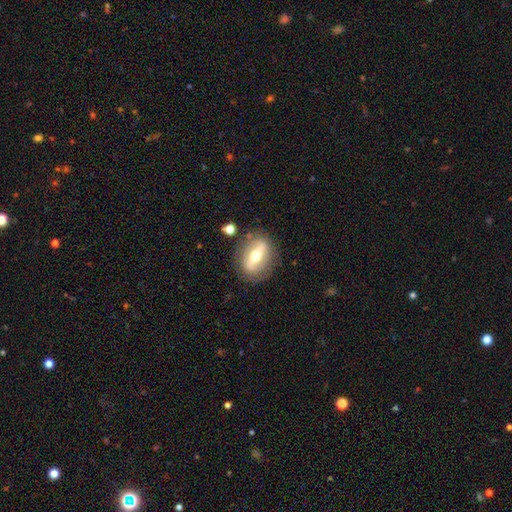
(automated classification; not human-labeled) This appears to be a featured or disk galaxy (68%). Merging: none (80%).